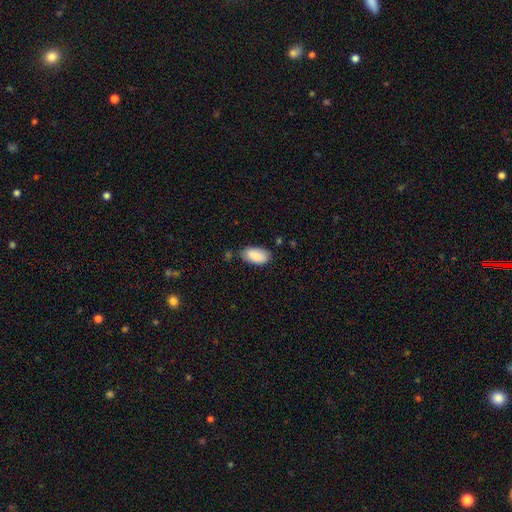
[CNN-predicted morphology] Smooth or featured: smooth — 88% (star or artifact — 6%)
How rounded: in between — 95% (cigar-shaped — 3%)
Merging: none — 75% (minor disturbance — 18%)